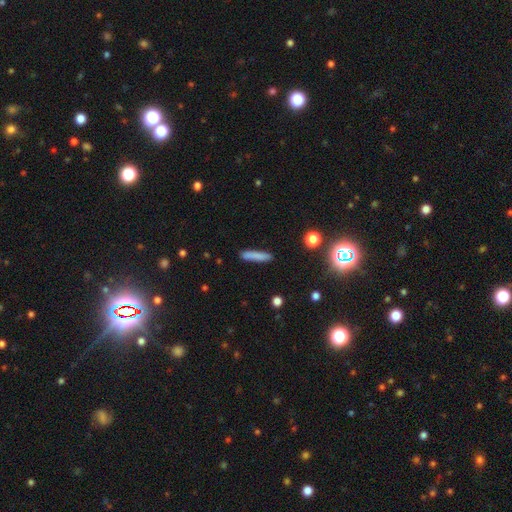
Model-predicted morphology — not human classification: This is clearly a smooth galaxy (82%). How rounded: clearly cigar-shaped (89%). Merging: clearly none (86%).